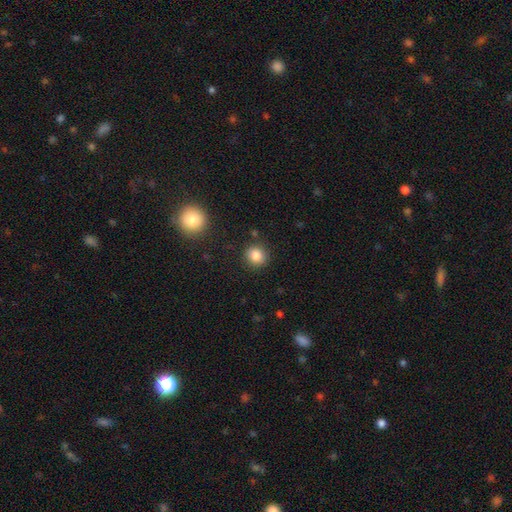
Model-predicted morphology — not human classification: type=smooth (84%); roundness=round (90%); merging=none (88%).